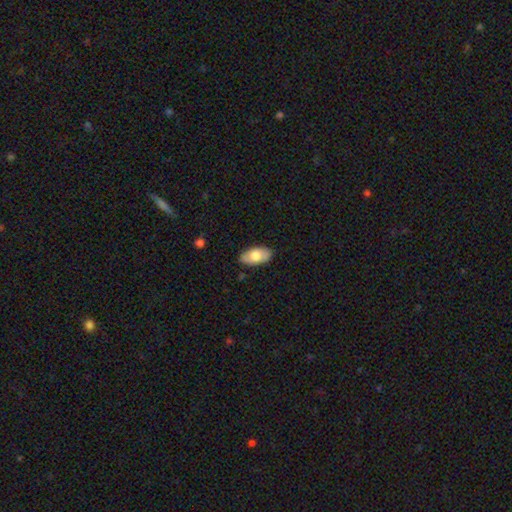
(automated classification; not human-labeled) This appears to be a smooth galaxy with no disk features (71%) that is in between round and cigar-shaped (94%). Merging: none (84%).